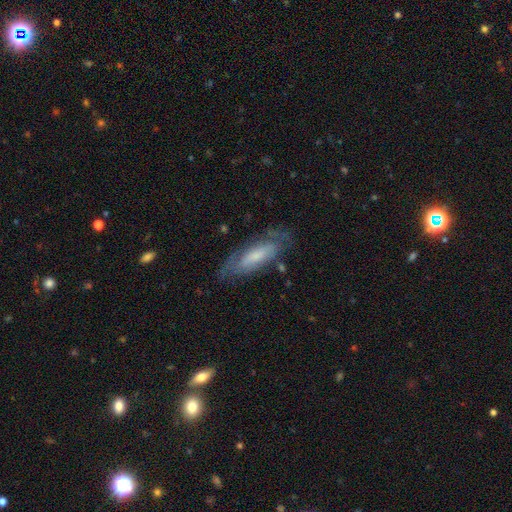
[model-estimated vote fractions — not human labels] Overall: featured or disk (52%; smooth 41%). Edge-on disk: no (72%). Merging: none (72%).